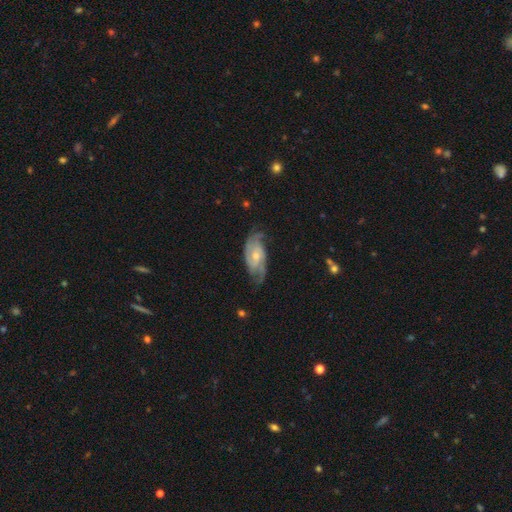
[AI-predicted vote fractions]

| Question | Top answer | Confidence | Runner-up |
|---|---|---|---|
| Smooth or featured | featured or disk | 82% | smooth (12%) |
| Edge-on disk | no | 95% | yes (5%) |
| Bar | no | 59% | weak (34%) |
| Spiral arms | yes | 95% | no (5%) |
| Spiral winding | medium | 43% | tight (40%) |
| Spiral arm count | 2 | 64% | can't tell (15%) |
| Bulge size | moderate | 49% | small (46%) |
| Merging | none | 67% | minor disturbance (22%) |